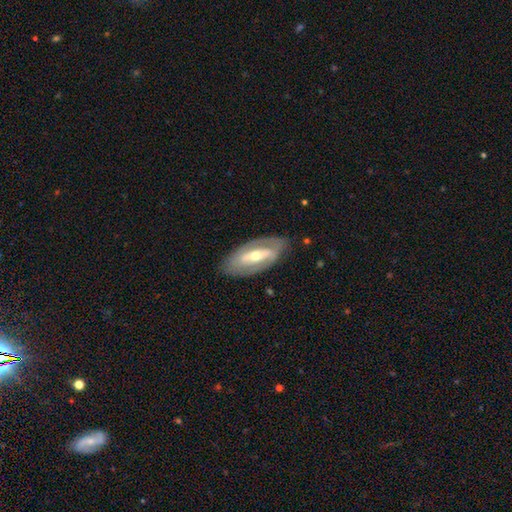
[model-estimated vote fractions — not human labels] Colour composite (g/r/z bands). It shows a featured or disk galaxy (74%) with a strong bar (52%), spiral arms (57%) and a moderate central bulge (60%). Merging: none (81%).